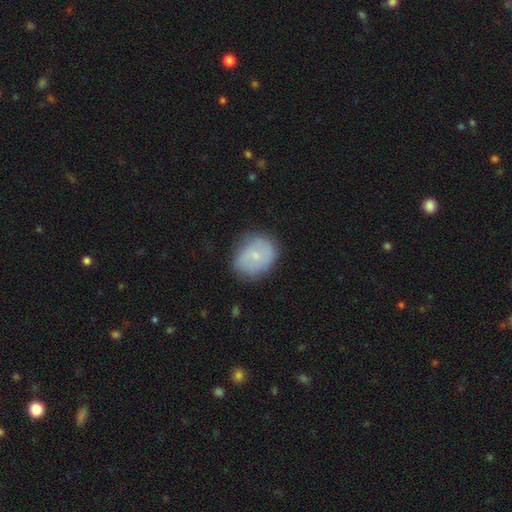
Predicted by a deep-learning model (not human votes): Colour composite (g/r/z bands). It shows a smooth galaxy with no disk features (62%) that is round (57%). Merging: none (75%).